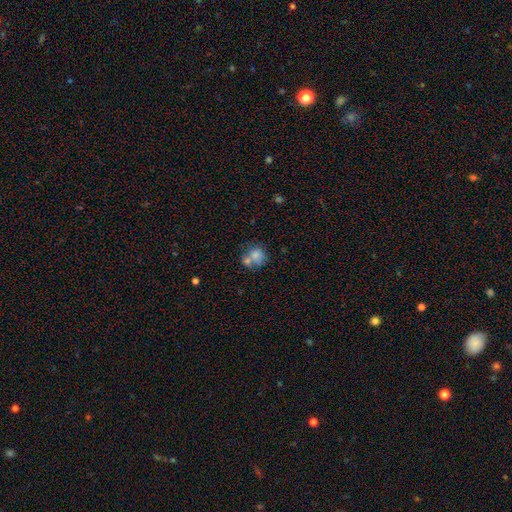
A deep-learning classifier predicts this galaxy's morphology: Smooth or featured?
  - smooth: 75% *
  - featured or disk: 16%
  - star or artifact: 10%
How rounded?
  - round: 78% *
  - in between: 21%
  - cigar-shaped: 1%
Merging?
  - merger: 45% *
  - none: 38%
  - minor disturbance: 12%
  - major disturbance: 5%